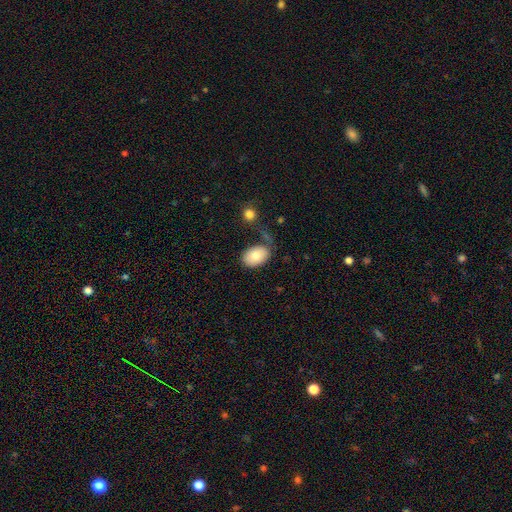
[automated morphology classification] The model was most divided on "merging": none: 62%, minor disturbance: 19%, merger: 10%, major disturbance: 9%. More confident: how rounded — in between (83%); smooth or featured — smooth (80%).